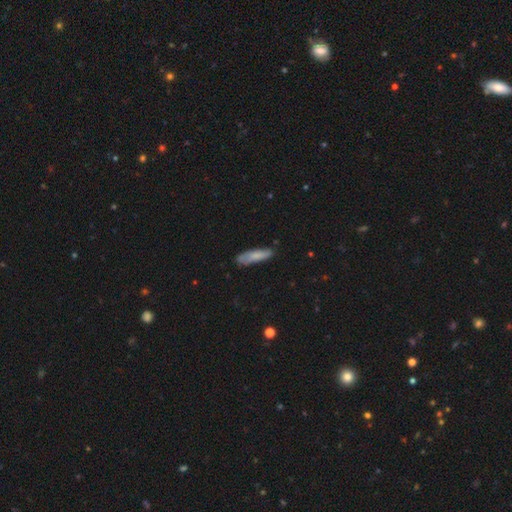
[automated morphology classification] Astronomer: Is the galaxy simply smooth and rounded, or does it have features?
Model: smooth — 78%.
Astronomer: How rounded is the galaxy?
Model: cigar-shaped — 73%.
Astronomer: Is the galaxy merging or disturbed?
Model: none — 78%.